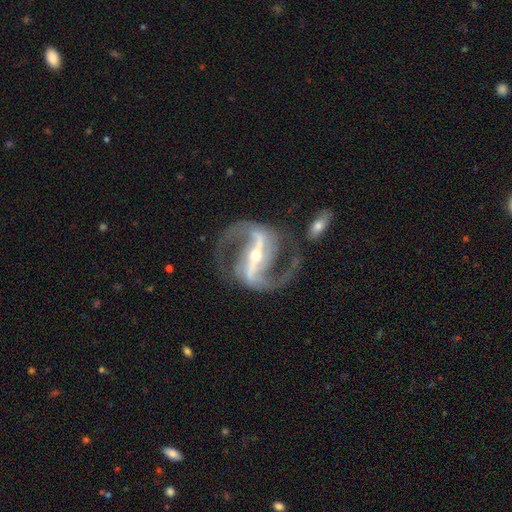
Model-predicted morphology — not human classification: featured or disk 93%, star or artifact 5%, smooth 2%. Down the decision tree: edge-on disk — no (96%); bar — strong (81%); spiral arms — yes (98%); spiral arm count — 2 (94%); spiral winding — medium (57%); bulge size — small (54%); merging — none (75%).